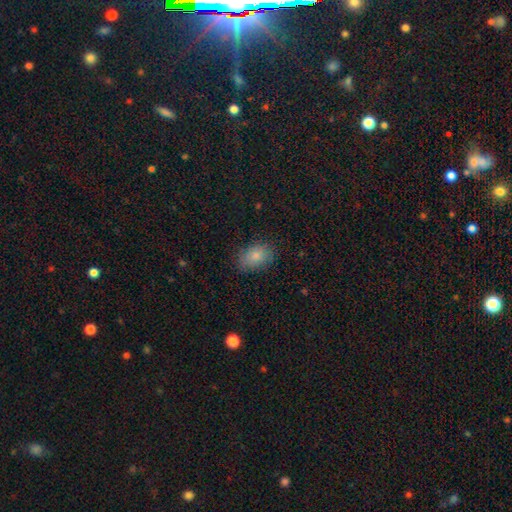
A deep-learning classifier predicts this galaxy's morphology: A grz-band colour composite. It shows a smooth galaxy with no disk features (82%) that is in between round and cigar-shaped (82%). Merging: none (81%).